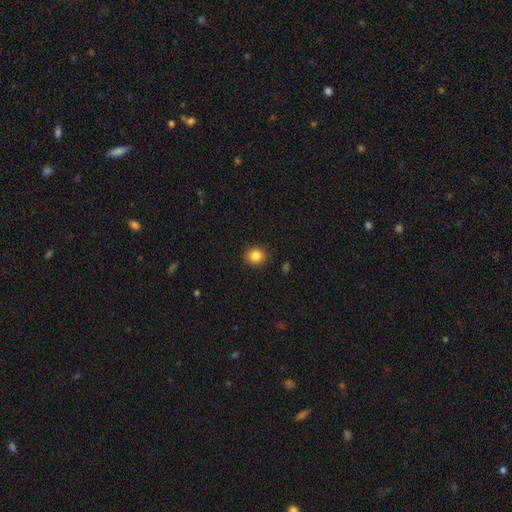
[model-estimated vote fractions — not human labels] Morphology: type=smooth (85%); roundness=round (89%); merging=none (91%).